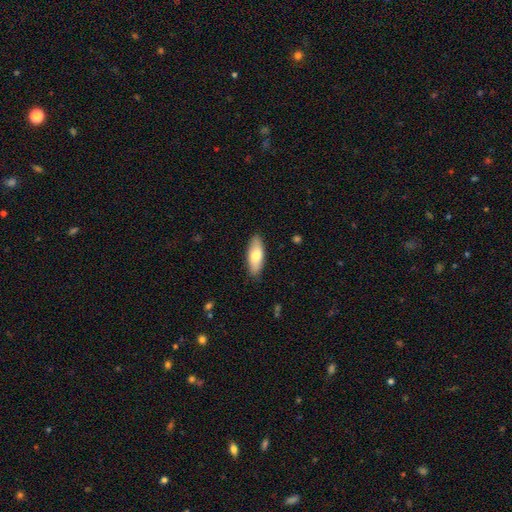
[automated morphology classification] Smooth or featured? smooth (73%)
How rounded? in between (73%)
Merging? none (87%)